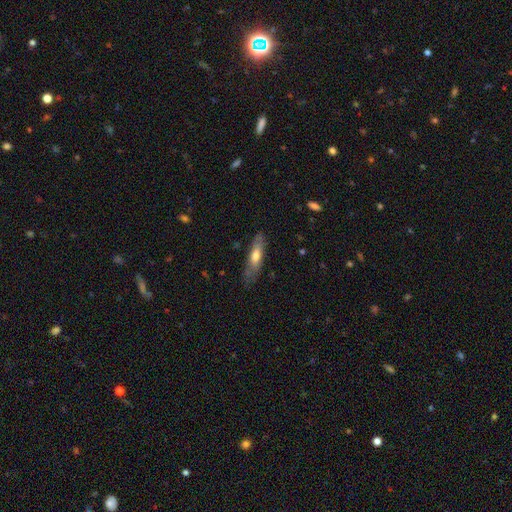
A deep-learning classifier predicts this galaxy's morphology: Q: Smooth or featured?
A: smooth (60%); runner-up: featured or disk (34%)
Q: How rounded?
A: cigar-shaped (63%); runner-up: in between (35%)
Q: Merging?
A: none (72%); runner-up: minor disturbance (20%)